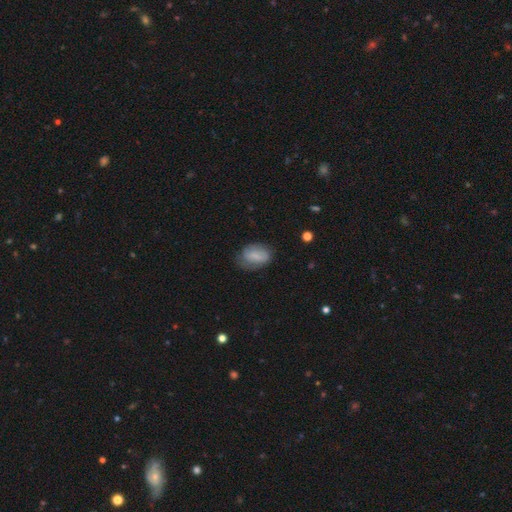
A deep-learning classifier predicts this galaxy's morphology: Smooth or featured? Predicted: smooth (p=0.70). How rounded? Predicted: in between (p=0.83). Merging? Predicted: none (p=0.58).